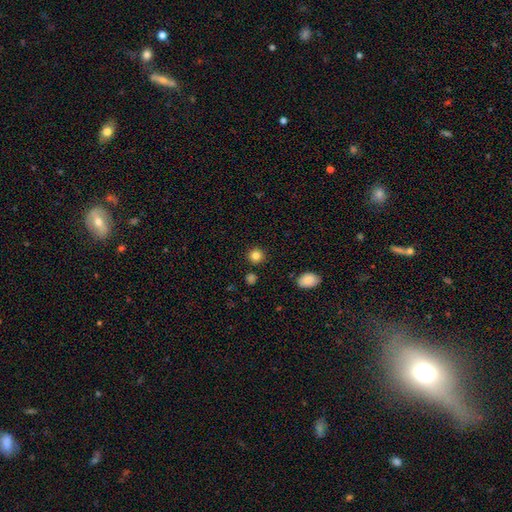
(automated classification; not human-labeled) smooth 83%, star or artifact 12%, featured or disk 5%. Down the decision tree: how rounded — round (92%); merging — none (89%).